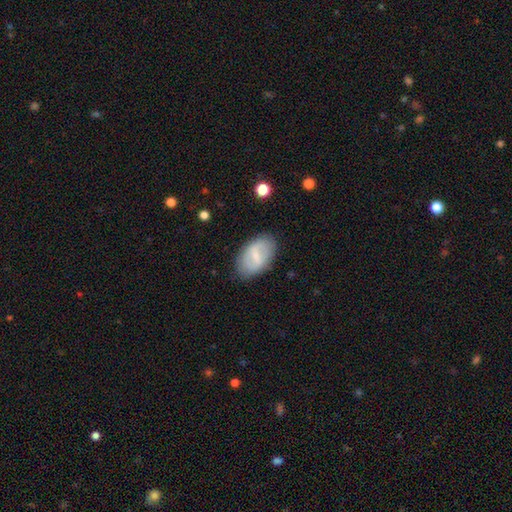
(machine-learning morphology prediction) Smooth or featured: featured or disk — 49% (smooth — 45%)
Merging: none — 81% (minor disturbance — 14%)